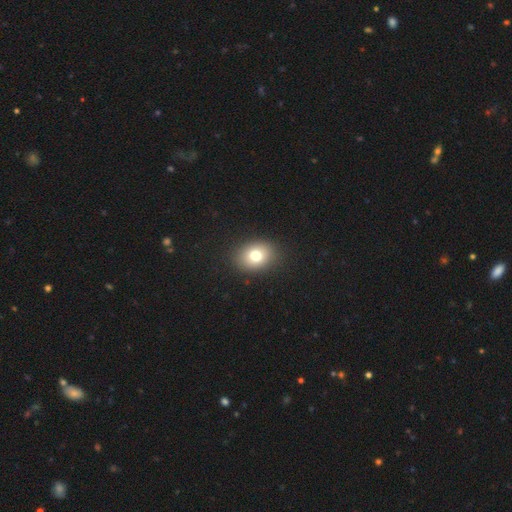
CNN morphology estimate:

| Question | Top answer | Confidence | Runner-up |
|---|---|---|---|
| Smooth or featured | smooth | 76% | featured or disk (13%) |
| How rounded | in between | 61% | round (38%) |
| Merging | none | 89% | minor disturbance (8%) |